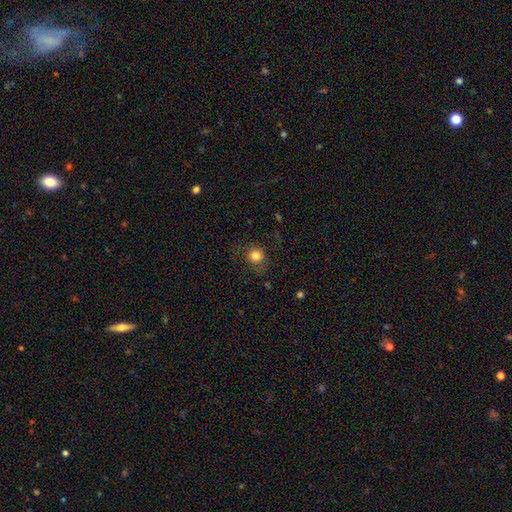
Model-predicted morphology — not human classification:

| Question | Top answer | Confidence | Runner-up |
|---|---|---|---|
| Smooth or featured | smooth | 81% | star or artifact (12%) |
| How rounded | round | 90% | in between (9%) |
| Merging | none | 80% | minor disturbance (13%) |